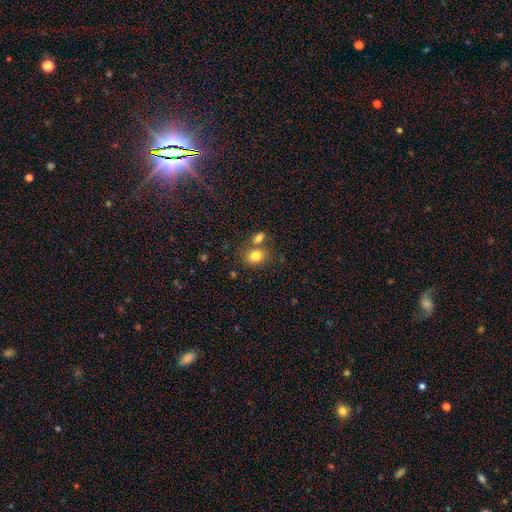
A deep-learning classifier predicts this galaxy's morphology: smooth 81%, star or artifact 11%, featured or disk 8%. Down the decision tree: how rounded — in between (58%); merging — none (56%).